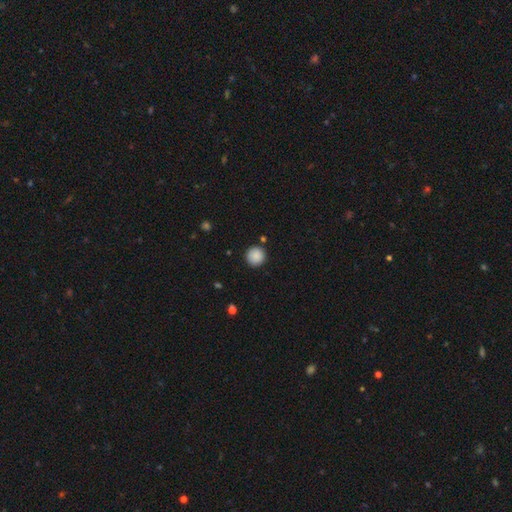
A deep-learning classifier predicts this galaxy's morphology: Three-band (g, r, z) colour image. It shows a smooth galaxy with no disk features (88%) that is round (96%). Merging: none (90%).